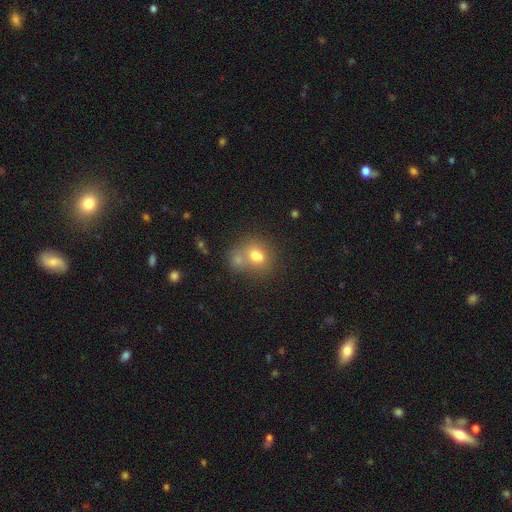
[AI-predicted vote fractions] This appears to be a smooth galaxy with no disk features (71%) that is round (62%). Merging: merger (49%).